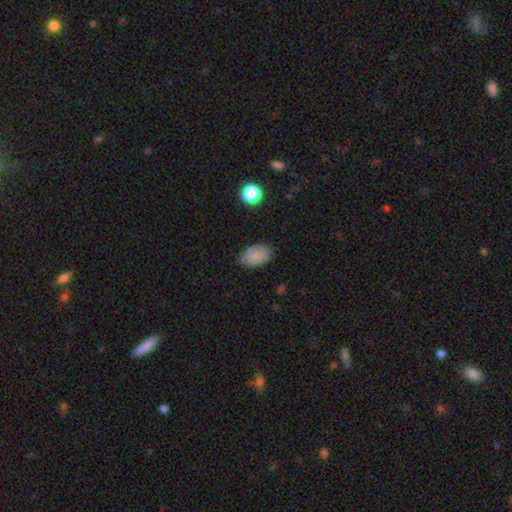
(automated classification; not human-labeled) A smooth galaxy with no disk features (81%) that is in between round and cigar-shaped (90%). Merging: none (83%).